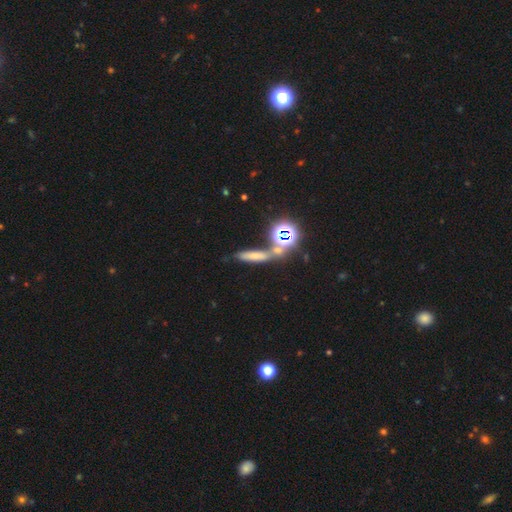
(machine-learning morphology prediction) Overall: smooth (54%; star or artifact 30%). How rounded: cigar-shaped (61%; in between 23%). Merging: none (56%; merger 24%).